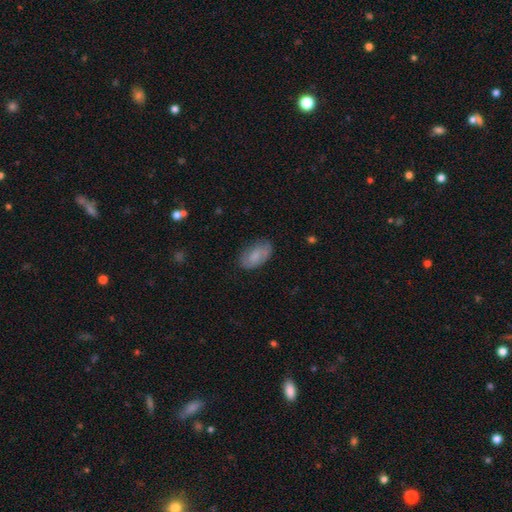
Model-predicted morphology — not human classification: Overall: smooth (70%). How rounded: in between (93%). Merging: none (76%).